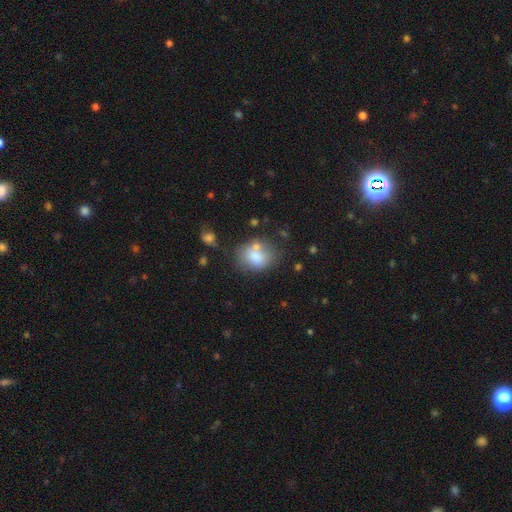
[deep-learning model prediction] smooth 74%, featured or disk 16%, star or artifact 10%. Down the decision tree: how rounded — in between (53%); merging — none (48%).